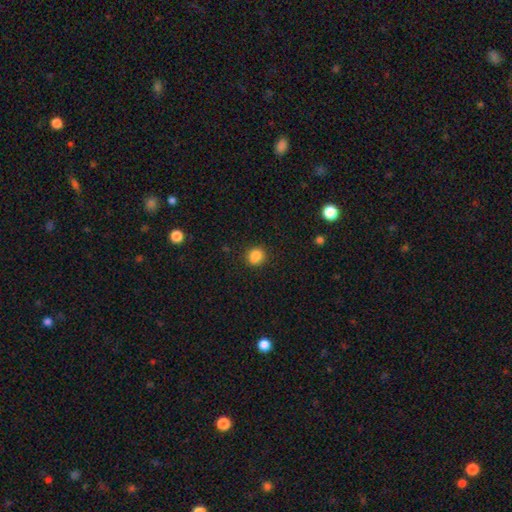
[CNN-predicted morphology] smooth_or_featured: smooth (p=0.84) [alt: star or artifact p=0.11]
how_rounded: round (p=0.73) [alt: in between p=0.26]
merging: none (p=0.76) [alt: minor disturbance p=0.14]